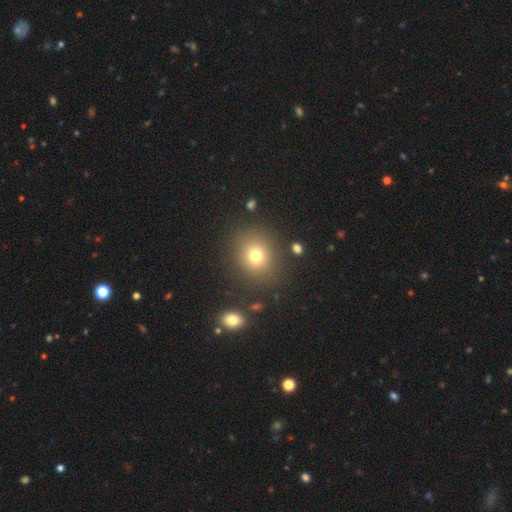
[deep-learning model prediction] A smooth galaxy with no disk features (75%) that is round (78%).

Vote fractions:
- Smooth or featured? smooth: 75% / star or artifact: 15% / featured or disk: 10%
- How rounded? round: 78% / in between: 21% / cigar-shaped: 1%
- Merging? none: 85% / minor disturbance: 8% / major disturbance: 4% / merger: 3%